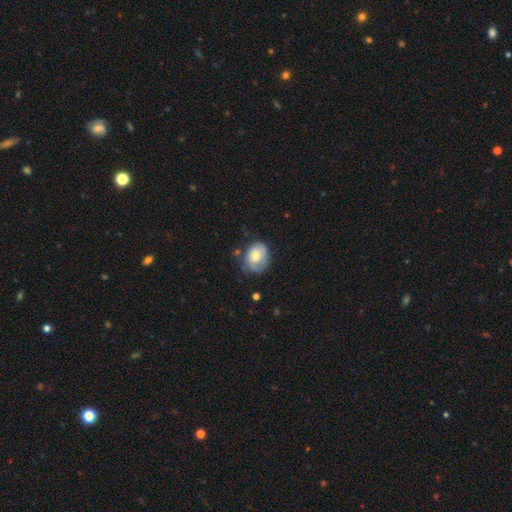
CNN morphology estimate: Smooth or featured: smooth — 58% (featured or disk — 35%)
How rounded: in between — 56% (round — 43%)
Merging: none — 51% (minor disturbance — 34%)